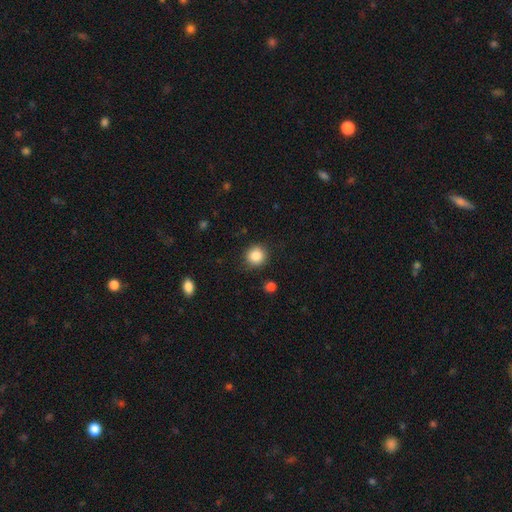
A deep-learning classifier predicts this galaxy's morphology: type=smooth (87%); roundness=round (91%); merging=none (88%).